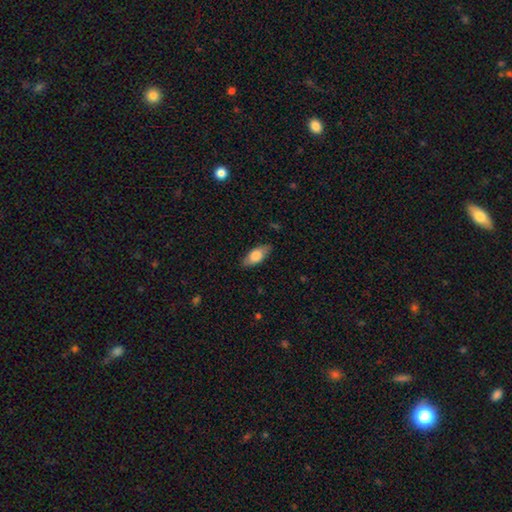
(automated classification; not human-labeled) Smooth or featured? smooth (76%)
How rounded? in between (85%)
Merging? none (84%)